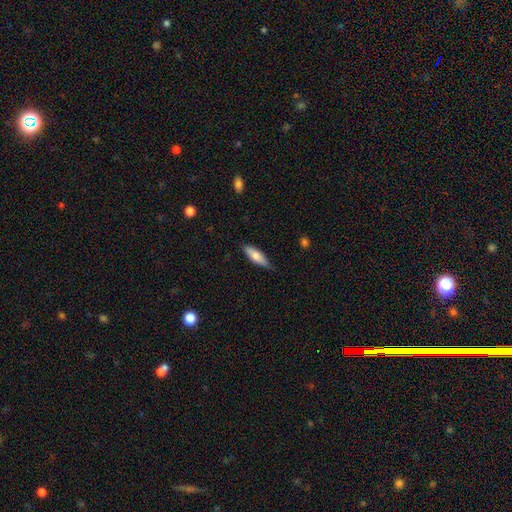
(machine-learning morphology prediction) Smooth or featured: smooth — 69% (featured or disk — 25%)
How rounded: cigar-shaped — 50% (in between — 48%)
Merging: none — 78% (minor disturbance — 18%)